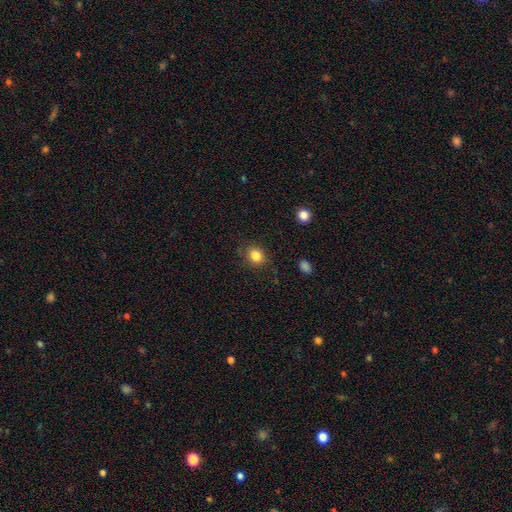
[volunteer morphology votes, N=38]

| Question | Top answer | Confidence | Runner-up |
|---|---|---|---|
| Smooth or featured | smooth | 89% | star or artifact (8%) |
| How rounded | round | 50% | tied: in between (50%) |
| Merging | none | 89% | minor disturbance (6%) |